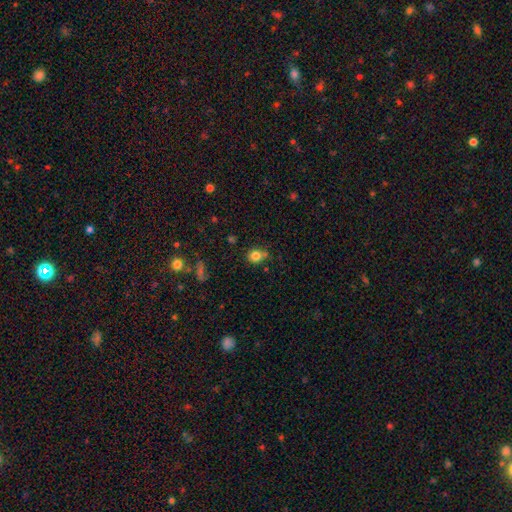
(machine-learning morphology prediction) smooth-or-featured: smooth: 82% | star or artifact: 12% | featured or disk: 6%
  how-rounded: round: 78% | in between: 21% | cigar-shaped: 1%
  merging: none: 69% | minor disturbance: 18% | merger: 9% | major disturbance: 5%